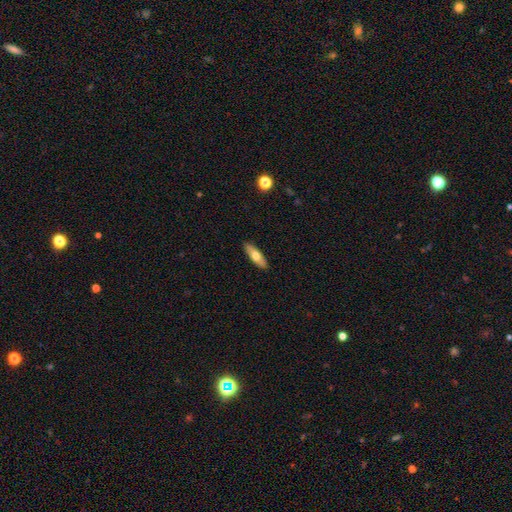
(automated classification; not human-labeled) smooth 63%, featured or disk 32%, star or artifact 6%. Down the decision tree: how rounded — cigar-shaped (49%, tied with in between); merging — none (90%).